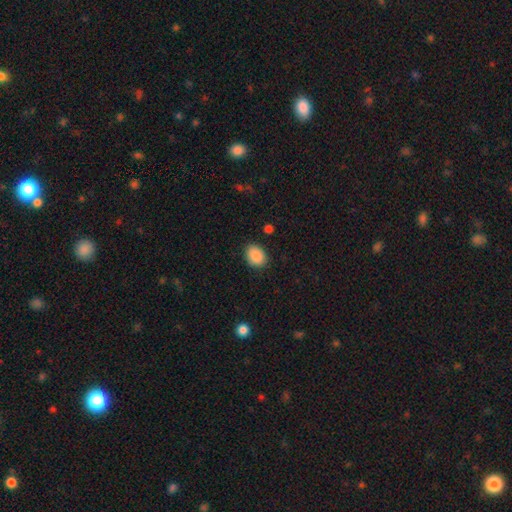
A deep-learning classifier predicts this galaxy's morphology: Smooth or featured?
  - smooth: 89% *
  - star or artifact: 8%
  - featured or disk: 3%
How rounded?
  - in between: 63% *
  - round: 36%
  - cigar-shaped: 1%
Merging?
  - none: 86% *
  - minor disturbance: 10%
  - major disturbance: 3%
  - merger: 1%